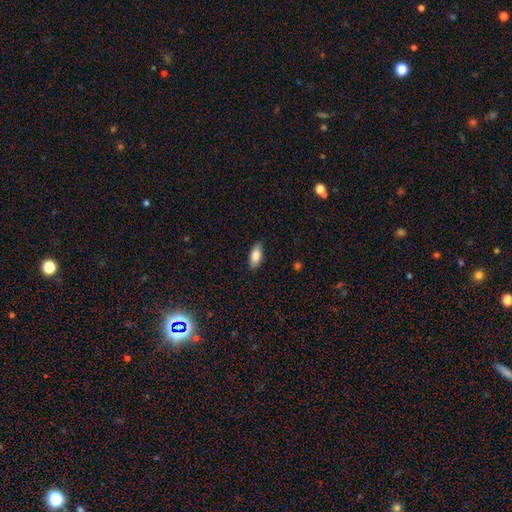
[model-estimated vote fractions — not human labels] The model was most divided on "smooth or featured": smooth: 80%, featured or disk: 13%, star or artifact: 7%. More confident: merging — none (88%); how rounded — in between (87%).